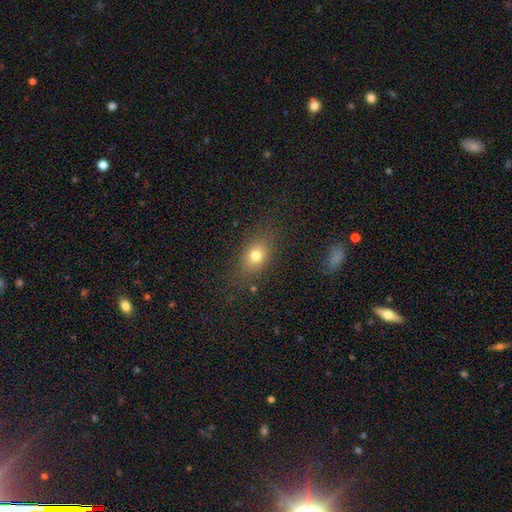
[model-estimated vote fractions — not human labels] Smooth or featured? smooth (75%)
How rounded? in between (62%)
Merging? none (79%)